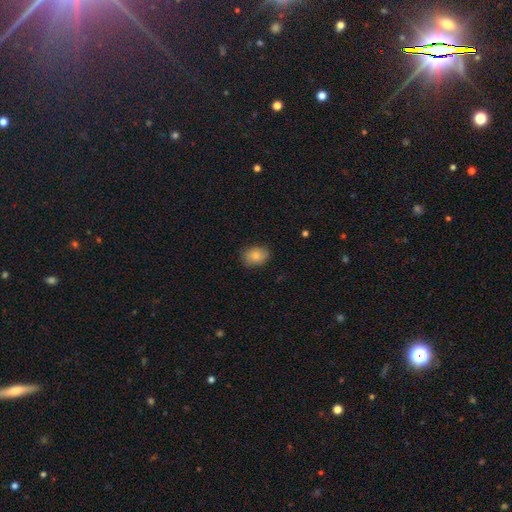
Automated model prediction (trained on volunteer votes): A smooth galaxy with no disk features (84%) that is in between round and cigar-shaped (73%).

Vote fractions:
- Smooth or featured? smooth: 84% / featured or disk: 8% / star or artifact: 8%
- How rounded? in between: 73% / round: 26% / cigar-shaped: 1%
- Merging? none: 83% / minor disturbance: 13% / major disturbance: 3% / merger: 1%